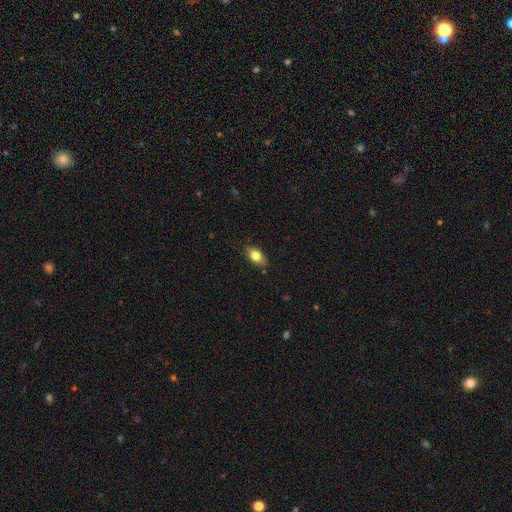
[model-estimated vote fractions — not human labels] A smooth galaxy with no disk features (78%) that is in between round and cigar-shaped (85%). Merging: none (82%).